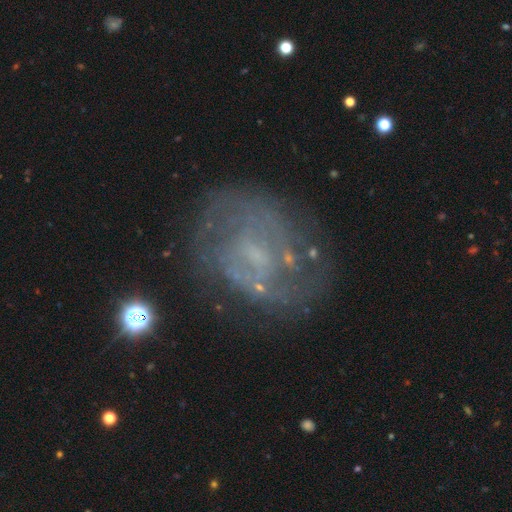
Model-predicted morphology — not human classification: Smooth or featured: featured or disk — 74% (smooth — 15%)
Edge-on disk: no — 97% (yes — 3%)
Bar: no — 45% (weak — 43%)
Spiral arms: yes — 65% (no — 35%)
Bulge size: none — 43% (small — 41%)
Merging: none — 65% (minor disturbance — 18%)